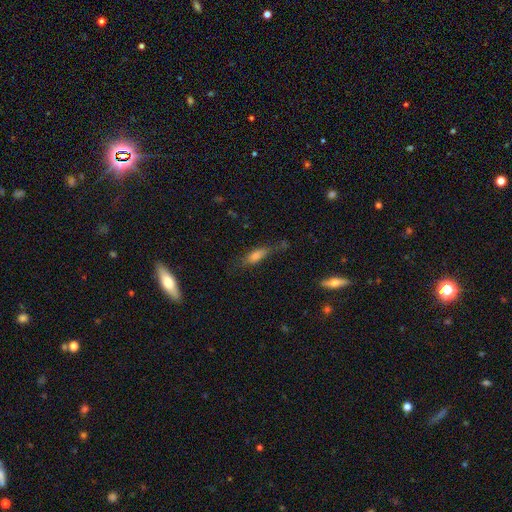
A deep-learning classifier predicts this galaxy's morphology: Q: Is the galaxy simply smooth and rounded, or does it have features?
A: smooth — 55%.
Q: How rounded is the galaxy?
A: cigar-shaped — 55%.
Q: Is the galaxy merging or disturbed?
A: none — 58%.